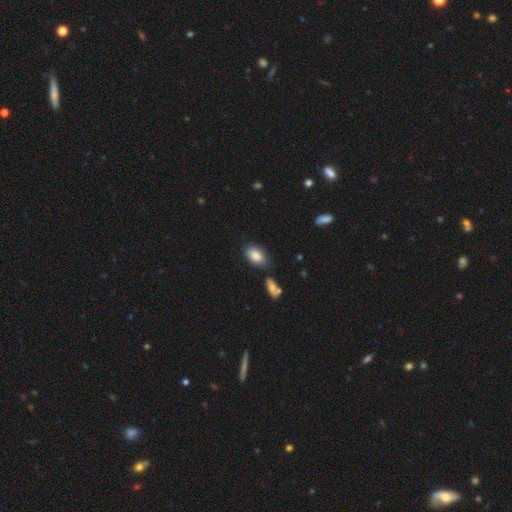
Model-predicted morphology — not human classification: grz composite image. It shows a smooth galaxy with no disk features (85%) that is in between round and cigar-shaped (91%). Merging: none (72%).